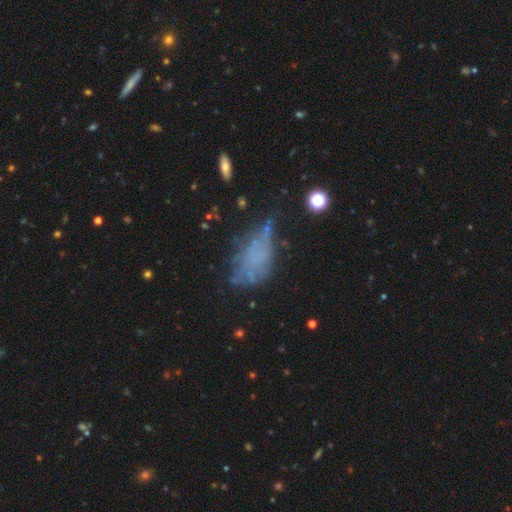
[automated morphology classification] smooth-or-featured: featured or disk: 41% | smooth: 40% | star or artifact: 19%
  merging: major disturbance: 33% | none: 32% | minor disturbance: 28% | merger: 7%